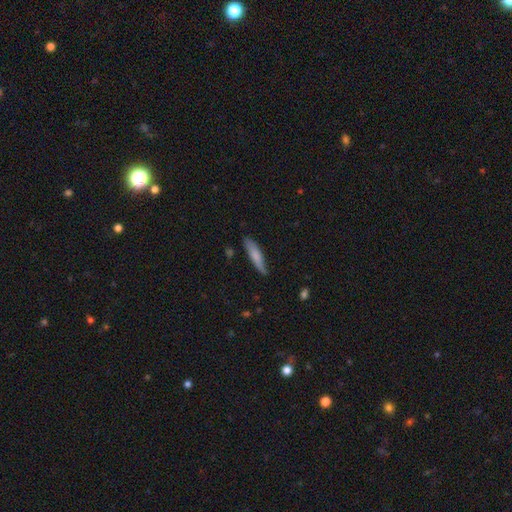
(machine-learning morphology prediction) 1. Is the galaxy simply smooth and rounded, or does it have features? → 71% smooth, 23% featured or disk, 6% star or artifact.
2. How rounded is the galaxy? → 82% cigar-shaped, 17% in between, 2% round.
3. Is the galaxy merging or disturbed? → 71% none, 23% minor disturbance, 4% major disturbance, 2% merger.